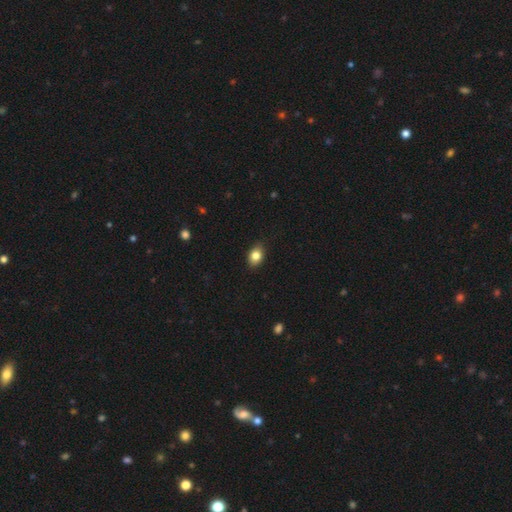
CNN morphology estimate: A smooth galaxy with no disk features (83%) that is in between round and cigar-shaped (73%).

Vote fractions:
- Smooth or featured? smooth: 83% / star or artifact: 9% / featured or disk: 8%
- How rounded? in between: 73% / round: 25% / cigar-shaped: 1%
- Merging? none: 86% / minor disturbance: 11% / major disturbance: 2% / merger: 1%